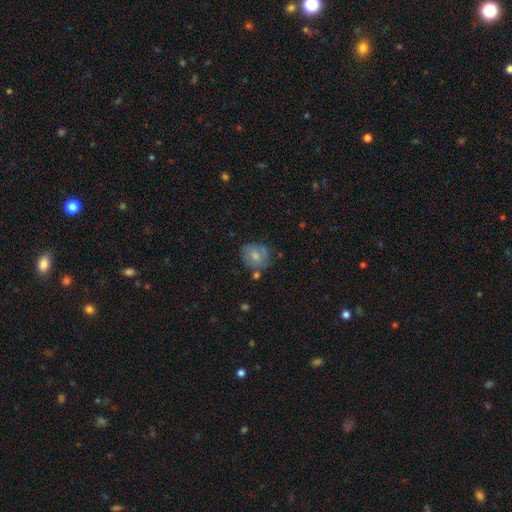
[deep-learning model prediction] smooth-or-featured: smooth: 68% | featured or disk: 24% | star or artifact: 9%
  how-rounded: round: 70% | in between: 29% | cigar-shaped: 1%
  merging: none: 60% | minor disturbance: 23% | merger: 10% | major disturbance: 8%